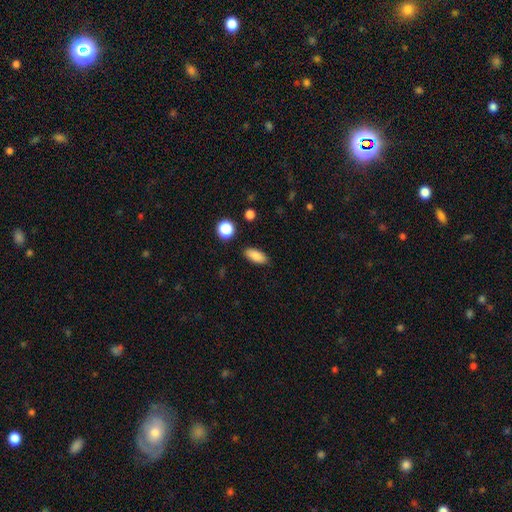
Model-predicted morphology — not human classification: This is clearly a smooth galaxy (85%). How rounded: clearly in between (84%). Merging: clearly none (88%).